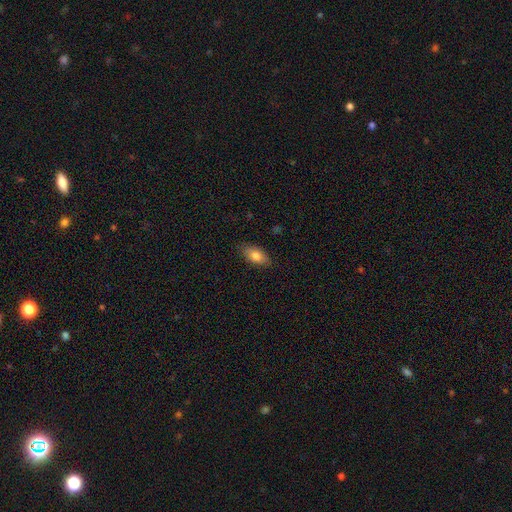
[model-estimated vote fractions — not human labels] Morphology: type=smooth (81%); roundness=in between (90%); merging=none (84%).